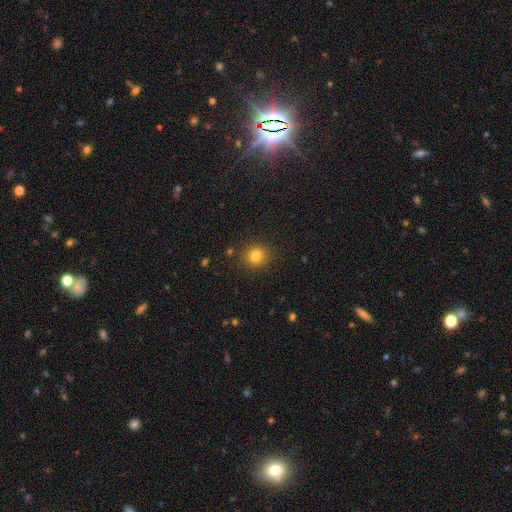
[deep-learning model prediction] A smooth galaxy with no disk features (80%) that is round (84%).

Vote fractions:
- Smooth or featured? smooth: 80% / star or artifact: 14% / featured or disk: 6%
- How rounded? round: 84% / in between: 15% / cigar-shaped: 1%
- Merging? none: 88% / minor disturbance: 8% / major disturbance: 3% / merger: 2%